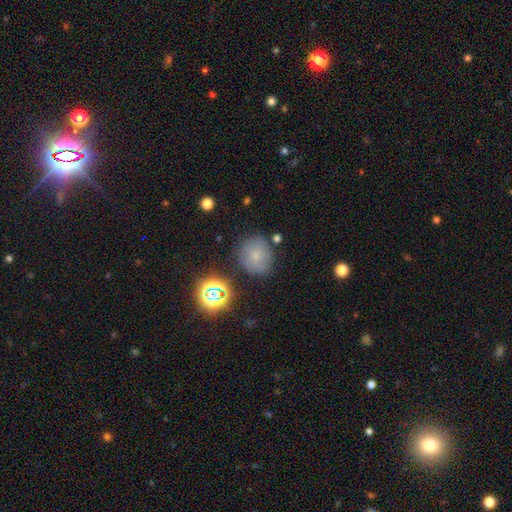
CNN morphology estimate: This is likely a smooth galaxy (66%). How rounded: clearly round (81%). Merging: likely none (74%).